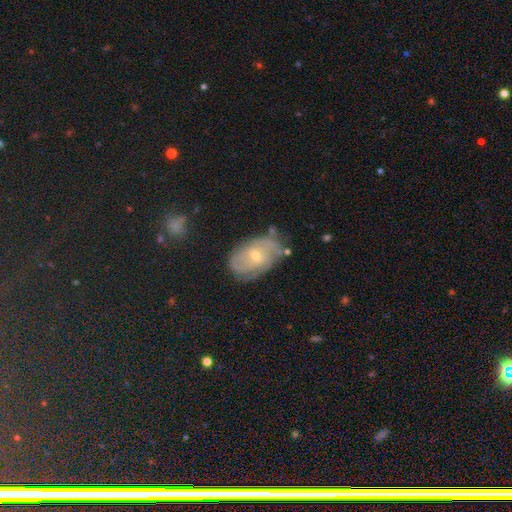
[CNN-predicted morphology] Smooth or featured? featured or disk (68%)
Edge-on disk? no (95%)
Bar? no (53%)
Spiral arms? yes (85%)
Spiral winding? tight (58%)
Spiral arm count? can't tell (47%)
Bulge size? small (55%)
Merging? none (66%)